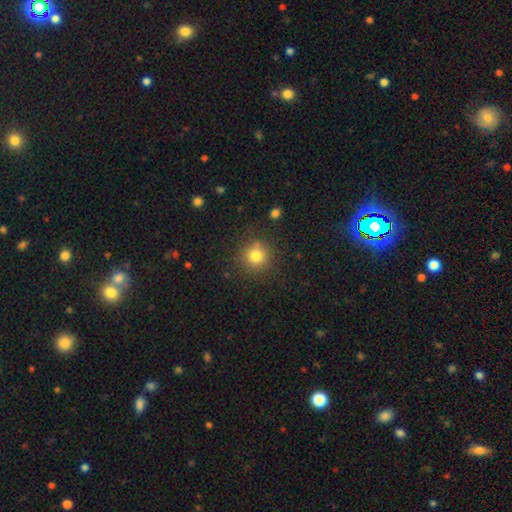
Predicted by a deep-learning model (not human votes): smooth_or_featured: smooth (p=0.80) [alt: star or artifact p=0.13]
how_rounded: round (p=0.93) [alt: in between p=0.06]
merging: none (p=0.84) [alt: minor disturbance p=0.09]